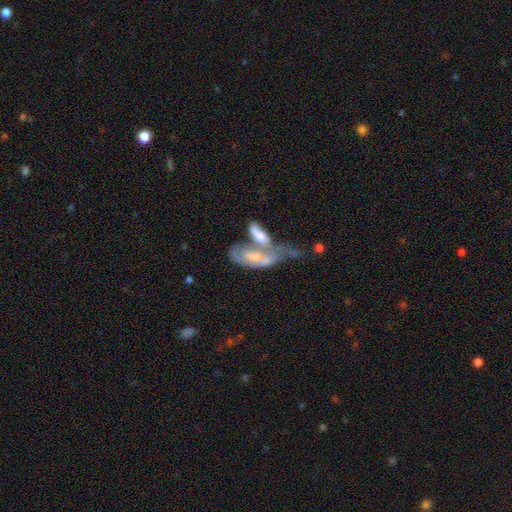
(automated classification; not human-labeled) Smooth or featured: featured or disk — 53% (smooth — 38%)
Edge-on disk: no — 85% (yes — 15%)
Merging: merger — 65% (major disturbance — 14%)